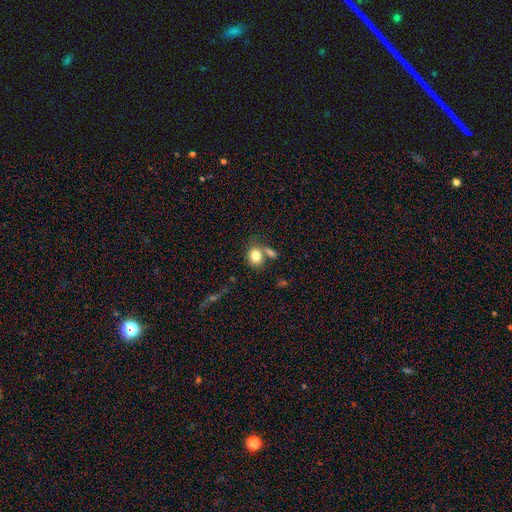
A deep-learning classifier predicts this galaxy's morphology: The model was most divided on "how rounded": round: 55%, in between: 44%, cigar-shaped: 1%. More confident: smooth or featured — smooth (81%); merging — none (53%).